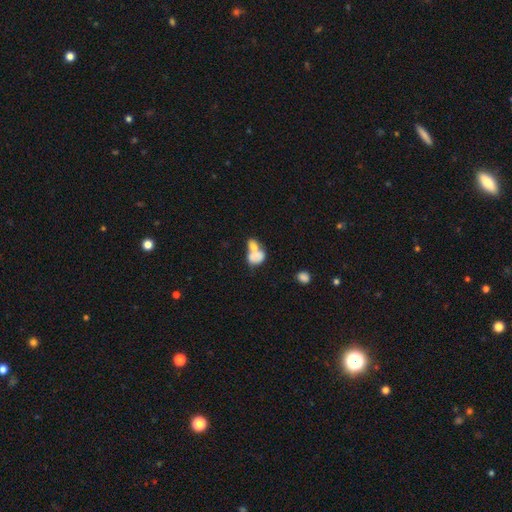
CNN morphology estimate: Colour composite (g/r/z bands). It shows a smooth galaxy with no disk features (64%) that is in between round and cigar-shaped (75%). Merging: merger (68%).